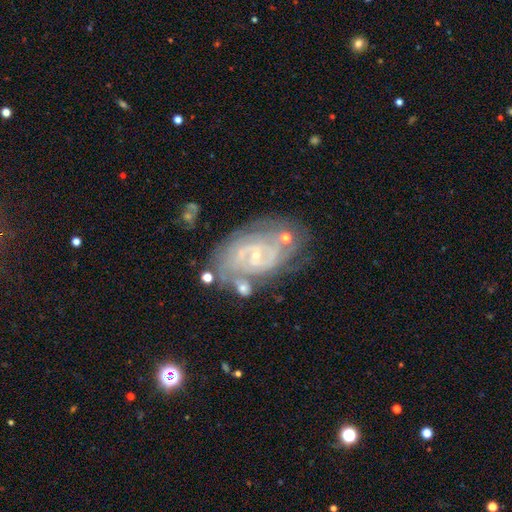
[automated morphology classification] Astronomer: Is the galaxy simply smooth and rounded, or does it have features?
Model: featured or disk — 85%.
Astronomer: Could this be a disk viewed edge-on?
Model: no — 97%.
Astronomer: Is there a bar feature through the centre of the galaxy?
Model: no — 44% (runner-up: weak, 42%).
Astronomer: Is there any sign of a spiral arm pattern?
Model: yes — 94%.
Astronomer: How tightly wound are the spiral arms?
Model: tight — 63%.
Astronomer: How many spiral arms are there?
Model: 2 — 44% (runner-up: can't tell, 28%).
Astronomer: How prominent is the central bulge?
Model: small — 81%.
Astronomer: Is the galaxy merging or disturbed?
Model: none — 62%.